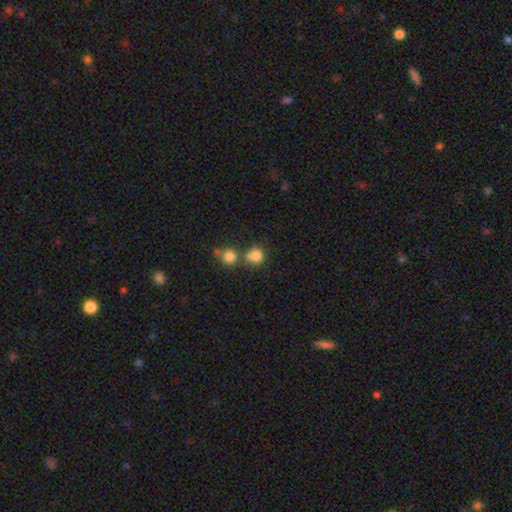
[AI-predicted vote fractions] Smooth or featured? Predicted: smooth (p=0.81). How rounded? Predicted: round (p=0.83). Merging? Predicted: none (p=0.49).